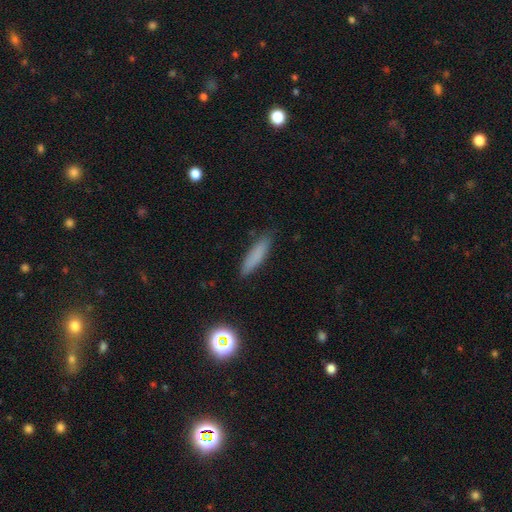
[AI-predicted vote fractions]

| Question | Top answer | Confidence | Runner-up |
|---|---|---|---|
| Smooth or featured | smooth | 79% | star or artifact (10%) |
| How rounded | cigar-shaped | 80% | in between (18%) |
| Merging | none | 86% | minor disturbance (10%) |